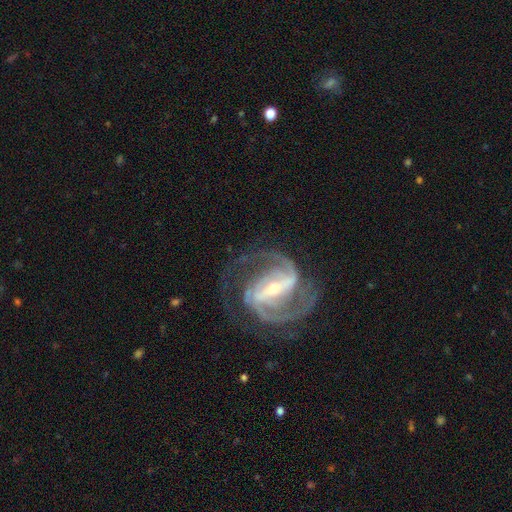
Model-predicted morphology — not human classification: The model was most divided on "spiral winding": medium: 54%, tight: 34%, loose: 12%. More confident: spiral arms — yes (98%); edge-on disk — no (97%); smooth or featured — featured or disk (92%); spiral arm count — 2 (77%); merging — none (76%); bar — strong (71%); bulge size — small (65%).